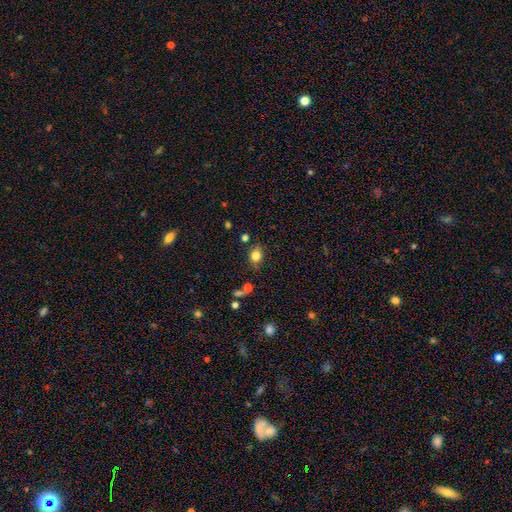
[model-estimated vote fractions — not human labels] This appears to be a smooth galaxy with no disk features (79%) that is in between round and cigar-shaped (56%). Merging: none (76%).